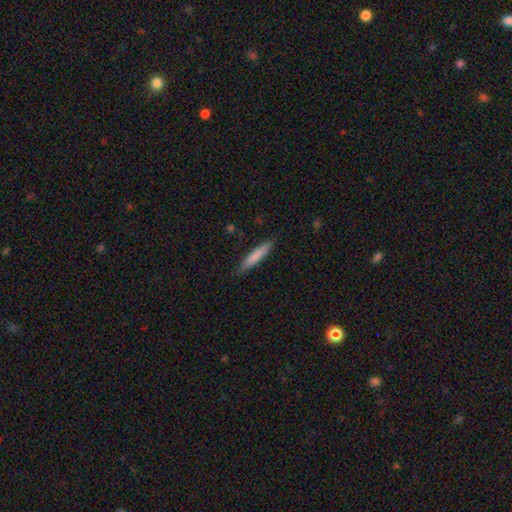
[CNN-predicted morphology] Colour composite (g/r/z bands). It shows a smooth galaxy with no disk features (78%) that is cigar-shaped (91%). Merging: none (86%).